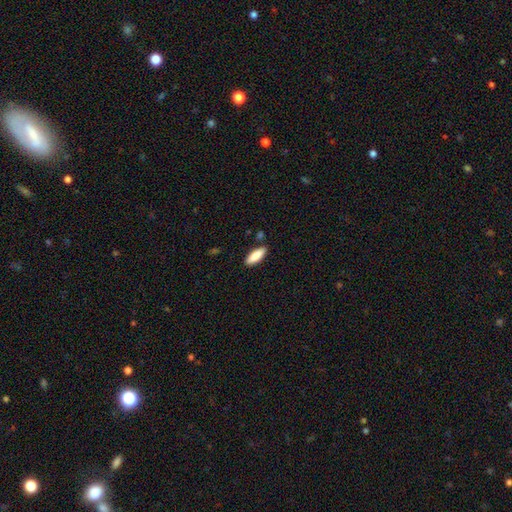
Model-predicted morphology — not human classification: This is clearly a smooth galaxy (86%). How rounded: possibly in between (59%). Merging: clearly none (86%).